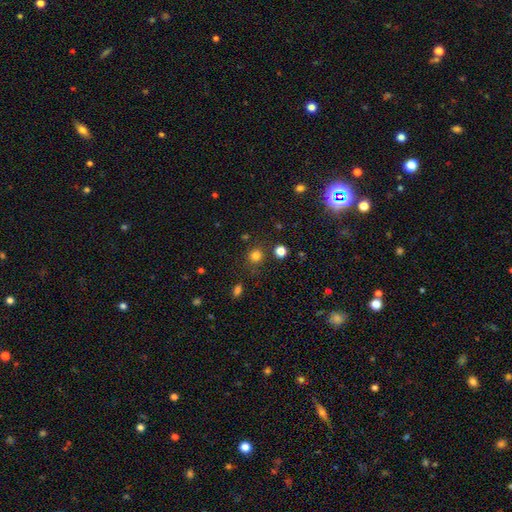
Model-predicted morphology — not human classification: smooth 79%, star or artifact 16%, featured or disk 5%. Down the decision tree: how rounded — round (88%); merging — none (83%).